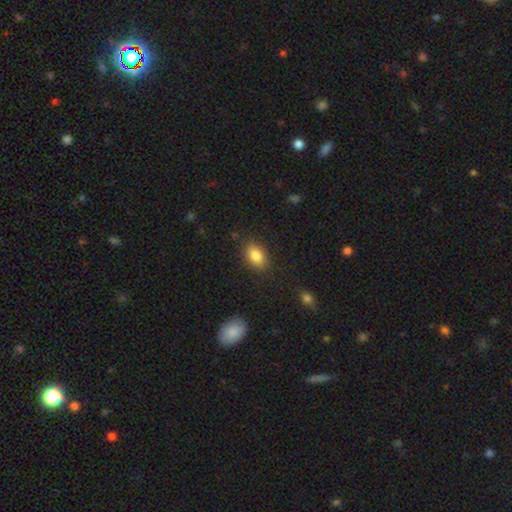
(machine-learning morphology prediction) The model was most divided on "merging": none: 85%, minor disturbance: 11%, major disturbance: 3%, merger: 1%. More confident: how rounded — in between (87%); smooth or featured — smooth (85%).